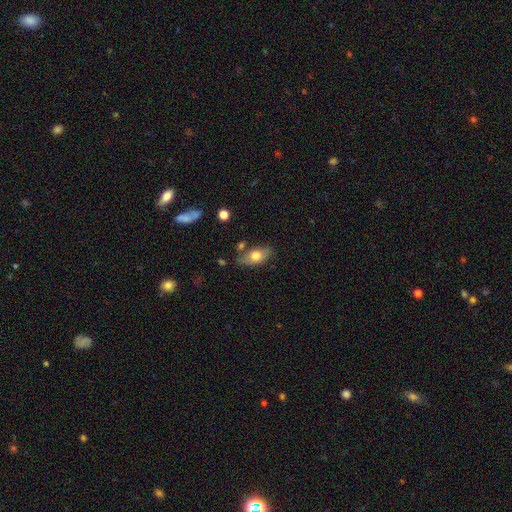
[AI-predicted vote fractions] The model was most divided on "smooth or featured": smooth: 67%, featured or disk: 26%, star or artifact: 7%. More confident: how rounded — in between (87%); merging — none (71%).